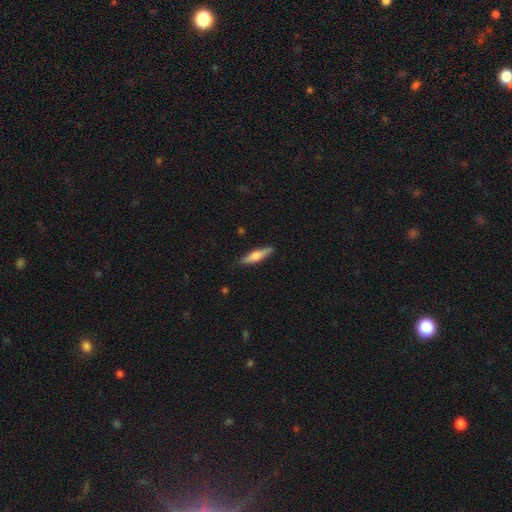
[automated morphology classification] smooth-or-featured: smooth: 60% | featured or disk: 34% | star or artifact: 6%
  how-rounded: cigar-shaped: 77% | in between: 22% | round: 2%
  merging: none: 85% | minor disturbance: 12% | major disturbance: 2% | merger: 1%